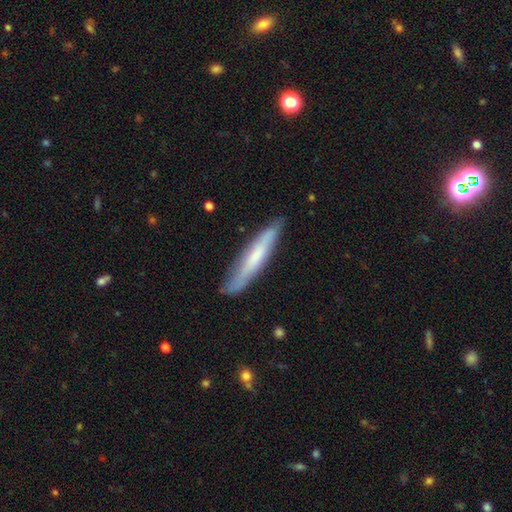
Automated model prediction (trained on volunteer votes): smooth-or-featured: smooth: 53% | featured or disk: 41% | star or artifact: 6%
  how-rounded: cigar-shaped: 92% | in between: 7% | round: 1%
  merging: none: 83% | minor disturbance: 14% | major disturbance: 2% | merger: 1%